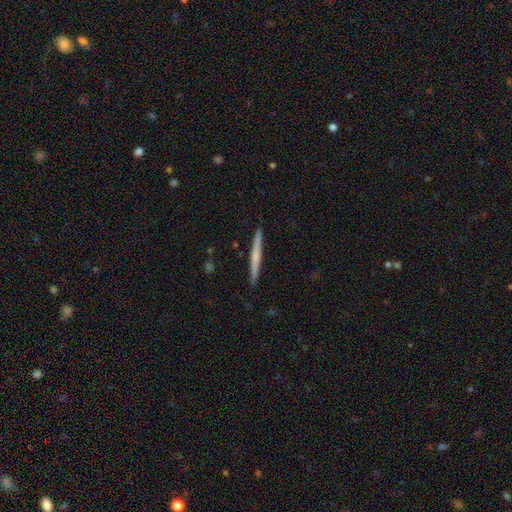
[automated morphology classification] featured or disk 50%, smooth 45%, star or artifact 5%. Down the decision tree: merging — none (92%).